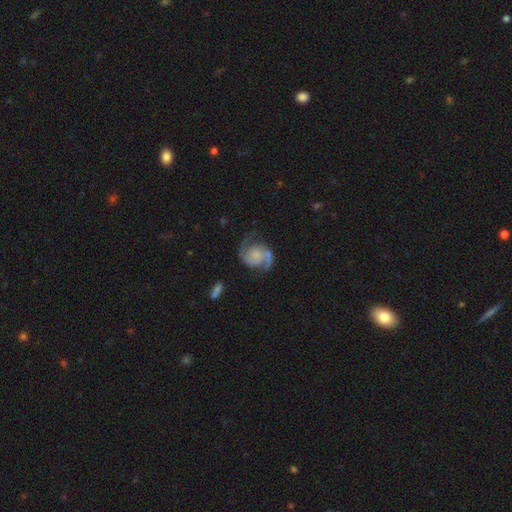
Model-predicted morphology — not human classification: The model was most divided on "bulge size": small: 39%, none: 28%, moderate: 23%, large: 7%, dominant: 2%. More confident: edge-on disk — no (98%); spiral arms — yes (98%); spiral arm count — 2 (93%); smooth or featured — featured or disk (89%); merging — none (71%); bar — no (70%); spiral winding — medium (55%).